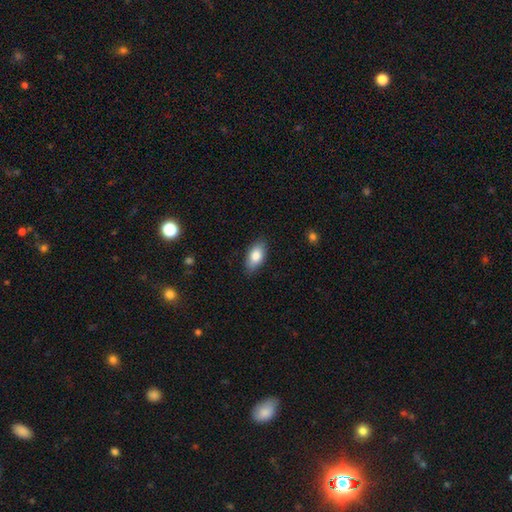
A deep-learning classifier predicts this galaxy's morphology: The model was most divided on "smooth or featured": smooth: 82%, featured or disk: 11%, star or artifact: 7%. More confident: how rounded — in between (92%); merging — none (86%).